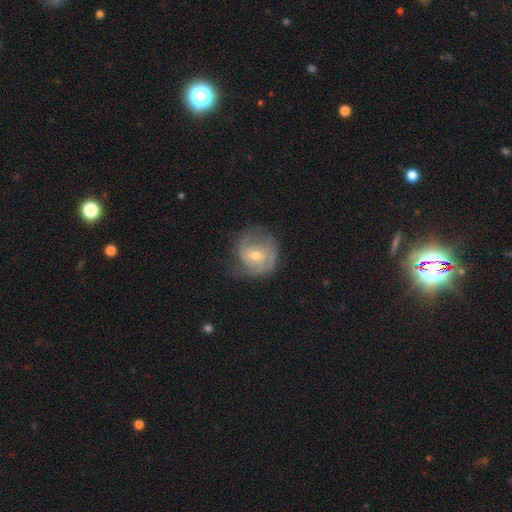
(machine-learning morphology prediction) Smooth or featured?
  - featured or disk: 54% *
  - smooth: 38%
  - star or artifact: 8%
Edge-on disk?
  - no: 96% *
  - yes: 4%
Bar?
  - no: 61% *
  - weak: 31%
  - strong: 8%
Spiral arms?
  - yes: 68% *
  - no: 32%
Bulge size?
  - moderate: 58% *
  - small: 38%
  - large: 2%
  - none: 1%
  - dominant: 1%
Merging?
  - none: 55% *
  - minor disturbance: 28%
  - major disturbance: 16%
  - merger: 1%